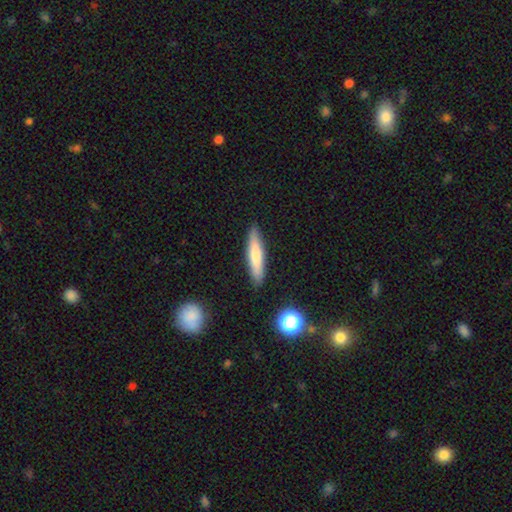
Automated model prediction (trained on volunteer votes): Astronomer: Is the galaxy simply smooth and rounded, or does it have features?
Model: smooth — 70%.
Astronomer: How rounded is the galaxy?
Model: cigar-shaped — 83%.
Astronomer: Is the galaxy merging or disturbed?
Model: none — 88%.